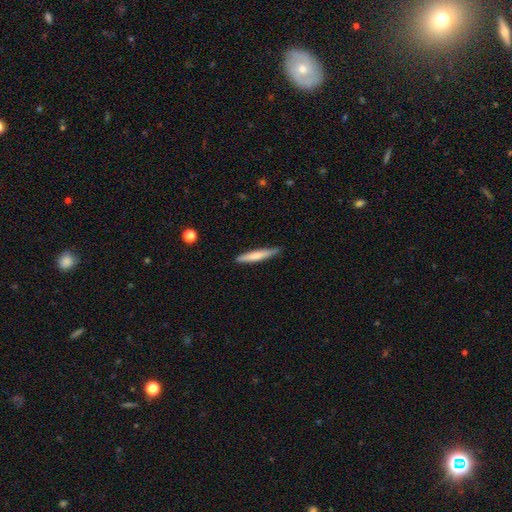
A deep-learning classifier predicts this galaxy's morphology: smooth_or_featured: smooth (p=0.68) [alt: featured or disk p=0.27]
how_rounded: cigar-shaped (p=0.93) [alt: in between p=0.06]
merging: none (p=0.83) [alt: minor disturbance p=0.14]